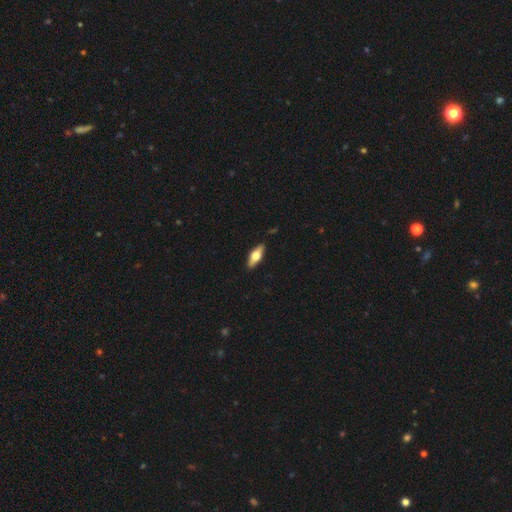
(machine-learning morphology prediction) Q: Smooth or featured?
A: smooth (50%); runner-up: featured or disk (44%)
Q: How rounded?
A: in between (67%); runner-up: cigar-shaped (30%)
Q: Merging?
A: none (89%); runner-up: minor disturbance (8%)